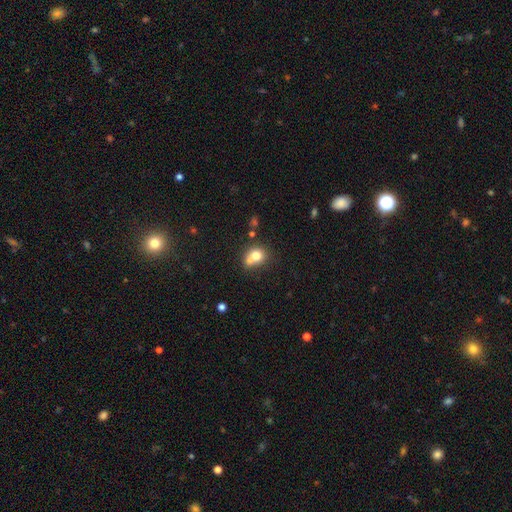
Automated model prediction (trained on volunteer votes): This is likely a smooth galaxy (75%). How rounded: likely round (65%). Merging: marginally none (42%).